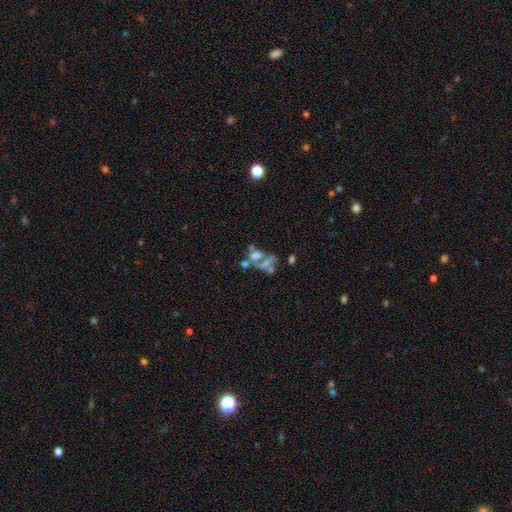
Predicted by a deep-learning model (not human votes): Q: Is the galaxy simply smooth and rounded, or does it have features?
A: featured or disk — 43%.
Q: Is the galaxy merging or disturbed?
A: merger — 53%.